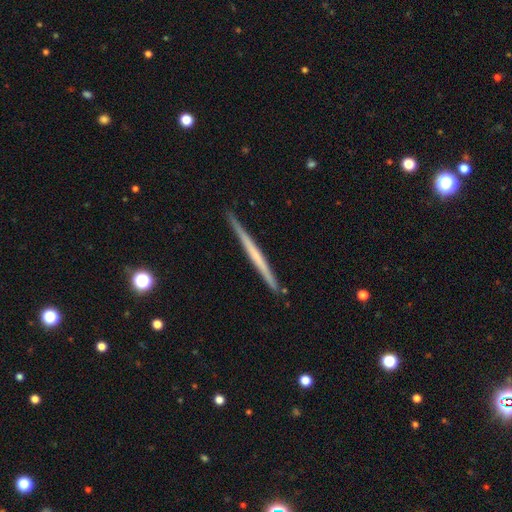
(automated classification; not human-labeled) Overall: featured or disk (57%; smooth 38%). Edge-on disk: yes (98%). Edge-on bulge: none (88%). Merging: none (91%).